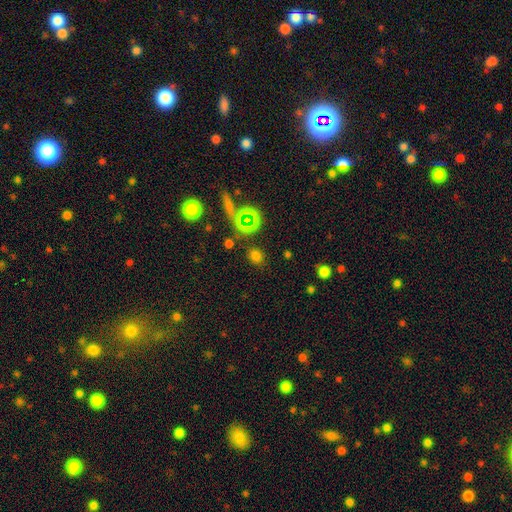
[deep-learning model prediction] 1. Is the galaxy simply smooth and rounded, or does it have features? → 65% smooth, 29% star or artifact, 6% featured or disk.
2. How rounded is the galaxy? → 68% round, 31% in between, 2% cigar-shaped.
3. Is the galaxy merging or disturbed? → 82% none, 10% minor disturbance, 4% major disturbance, 4% merger.